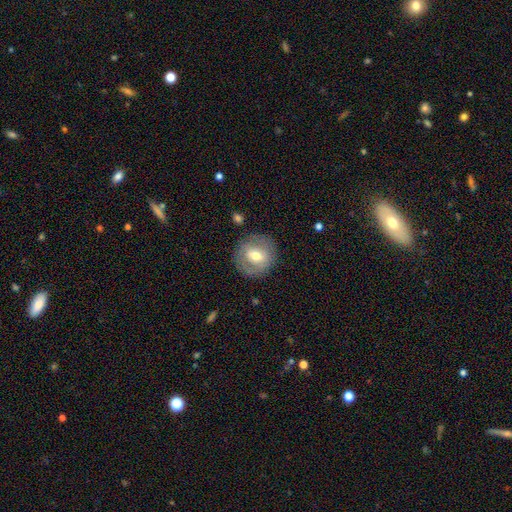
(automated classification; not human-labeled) smooth 54%, featured or disk 38%, star or artifact 7%. Down the decision tree: how rounded — round (87%); merging — none (82%).